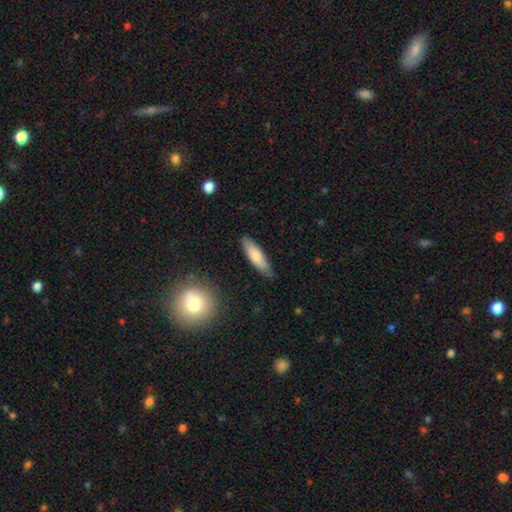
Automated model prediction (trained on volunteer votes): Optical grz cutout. It shows a smooth galaxy with no disk features (73%) that is cigar-shaped (60%). Merging: none (82%).